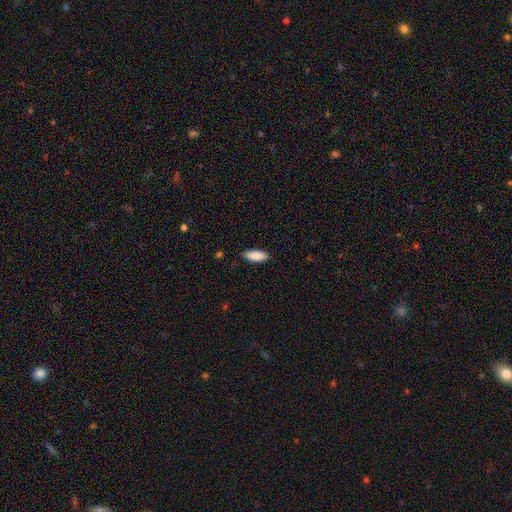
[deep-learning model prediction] Smooth or featured? smooth (89%)
How rounded? in between (75%)
Merging? none (85%)